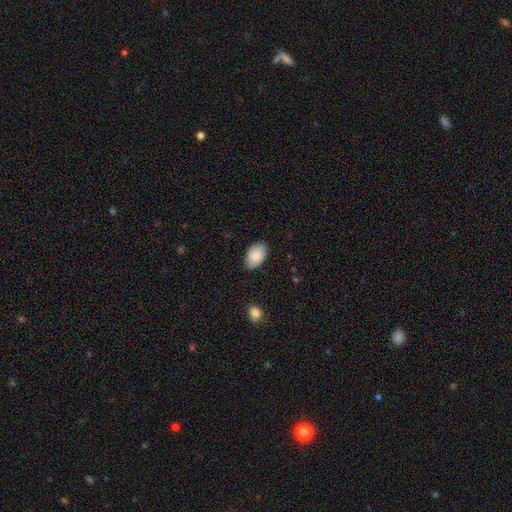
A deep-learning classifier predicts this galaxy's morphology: Smooth or featured: smooth — 87% (featured or disk — 7%)
How rounded: in between — 93% (round — 6%)
Merging: none — 84% (minor disturbance — 13%)